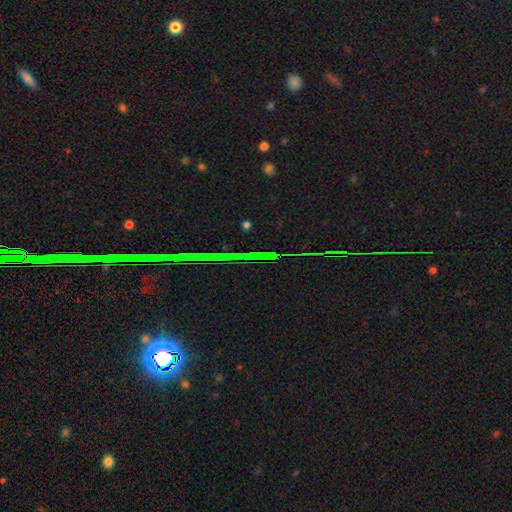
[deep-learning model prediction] star or artifact 82%, featured or disk 10%, smooth 8%.